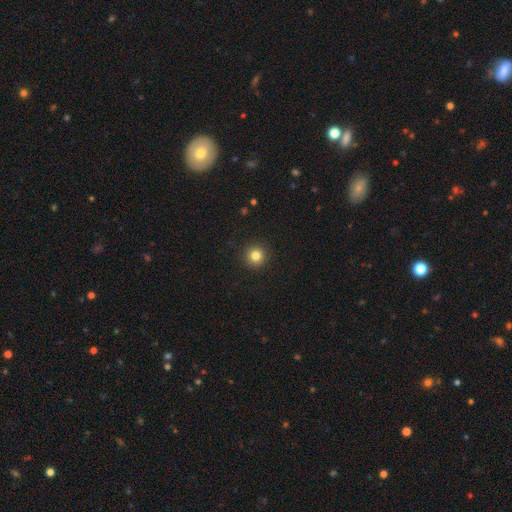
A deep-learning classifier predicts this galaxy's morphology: A smooth galaxy with no disk features (82%) that is round (96%).

Vote fractions:
- Smooth or featured? smooth: 82% / star or artifact: 13% / featured or disk: 6%
- How rounded? round: 96% / in between: 3% / cigar-shaped: 1%
- Merging? none: 93% / minor disturbance: 5% / major disturbance: 2% / merger: 1%